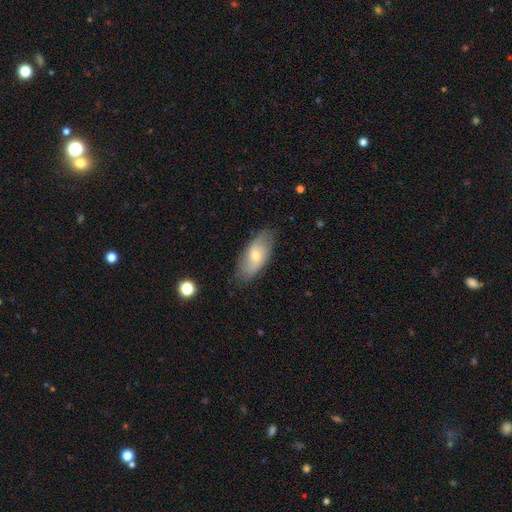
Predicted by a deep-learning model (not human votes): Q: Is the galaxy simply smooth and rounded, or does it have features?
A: smooth — 53%.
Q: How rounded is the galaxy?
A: in between — 87%.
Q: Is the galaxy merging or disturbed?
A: none — 77%.